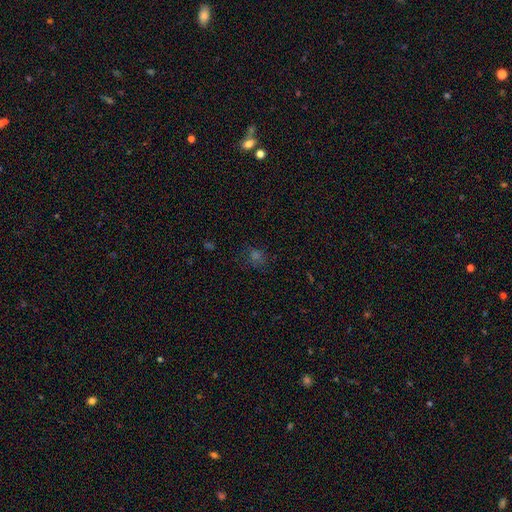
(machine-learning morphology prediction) Smooth or featured?
  - smooth: 47% *
  - star or artifact: 41%
  - featured or disk: 12%
Merging?
  - none: 78% *
  - minor disturbance: 13%
  - major disturbance: 7%
  - merger: 2%